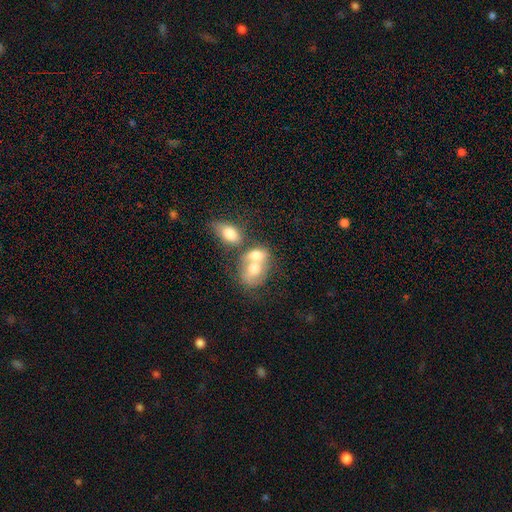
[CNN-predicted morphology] A smooth galaxy with no disk features (66%) that is in between round and cigar-shaped (68%). Merging: merger (68%).